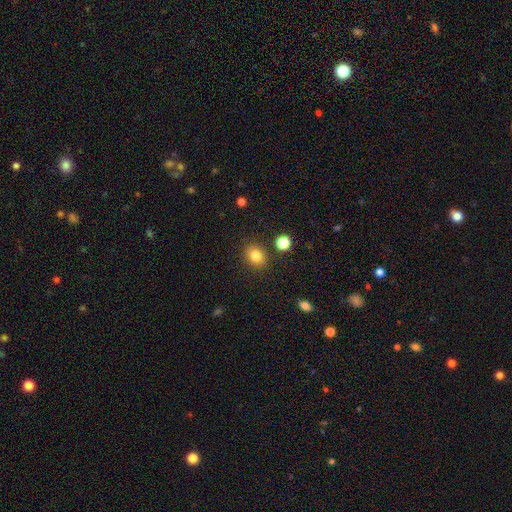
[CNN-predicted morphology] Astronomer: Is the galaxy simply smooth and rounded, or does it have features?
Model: smooth — 82%.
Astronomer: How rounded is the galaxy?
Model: round — 58% (runner-up: in between, 41%).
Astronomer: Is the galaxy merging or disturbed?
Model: none — 85%.